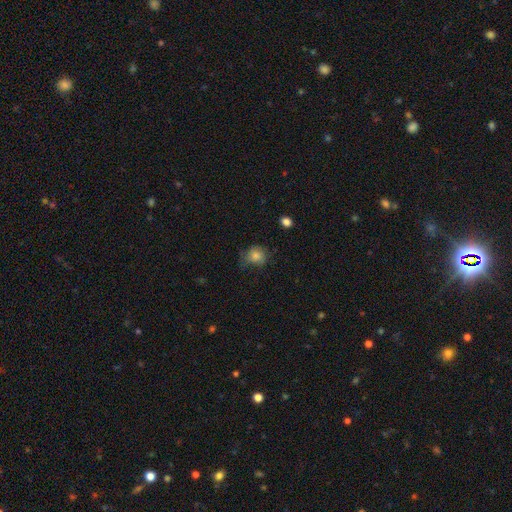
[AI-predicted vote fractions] The model was most divided on "merging": none: 57%, minor disturbance: 29%, major disturbance: 13%, merger: 2%. More confident: smooth or featured — smooth (76%); how rounded — round (72%).